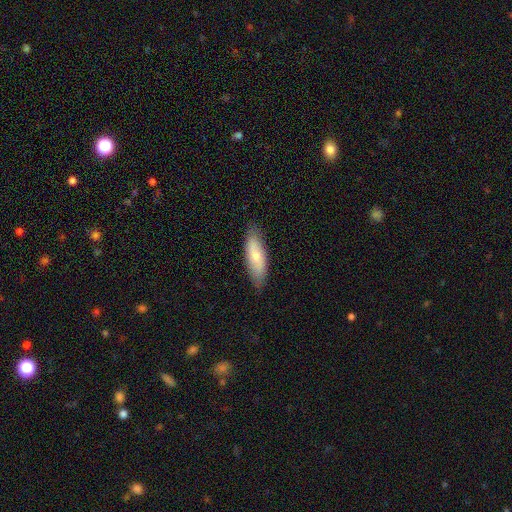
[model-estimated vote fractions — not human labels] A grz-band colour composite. It shows a smooth galaxy with no disk features (67%) that is in between round and cigar-shaped (60%). Merging: none (82%).